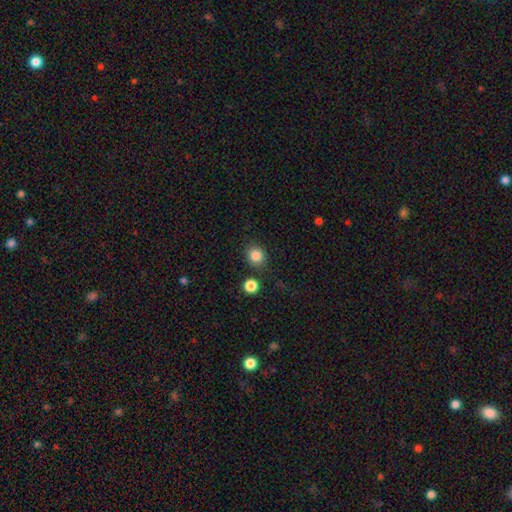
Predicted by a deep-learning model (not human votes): Morphology: type=smooth (85%); roundness=round (81%); merging=none (83%).